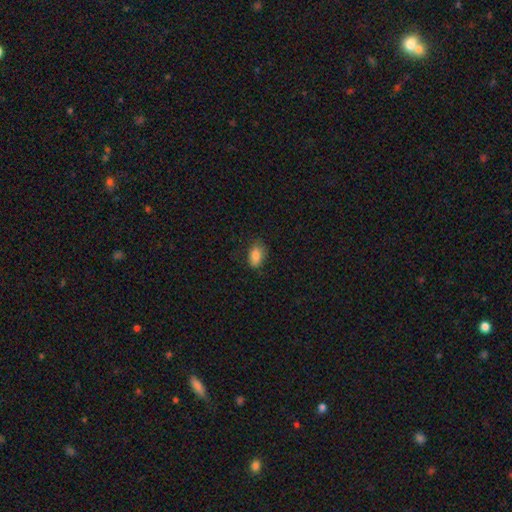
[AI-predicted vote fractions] A smooth galaxy with no disk features (85%) that is in between round and cigar-shaped (89%). Merging: none (76%).